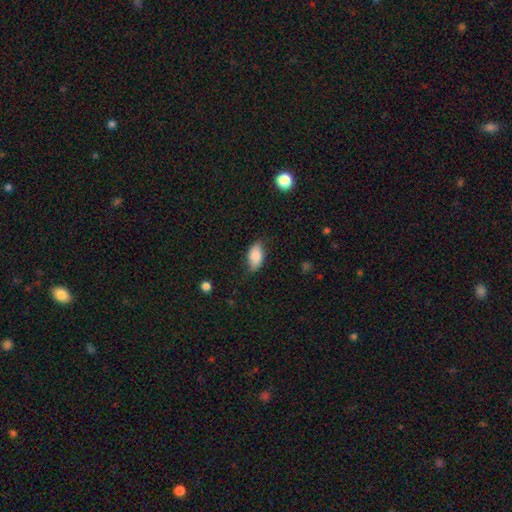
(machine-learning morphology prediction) The model was most divided on "merging": none: 71%, minor disturbance: 23%, major disturbance: 5%, merger: 1%. More confident: how rounded — in between (92%); smooth or featured — smooth (82%).